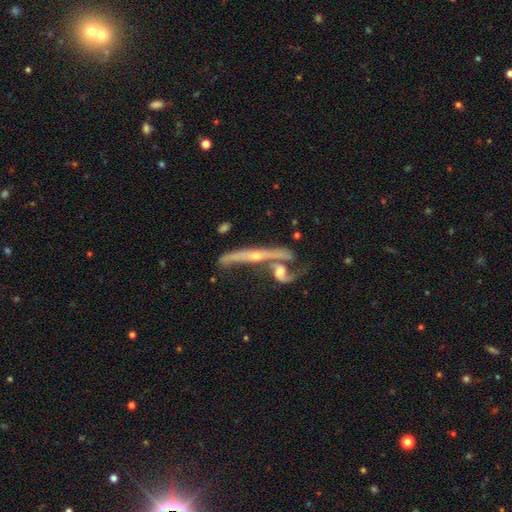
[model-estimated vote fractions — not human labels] smooth-or-featured: featured or disk: 81% | smooth: 12% | star or artifact: 7%
  disk-edge-on: yes: 82% | no: 18%
    edge-on-bulge: rounded: 84% | none: 12% | boxy: 4%
  merging: merger: 39% (tied) | none: 39% (tied) | minor disturbance: 13% | major disturbance: 9%